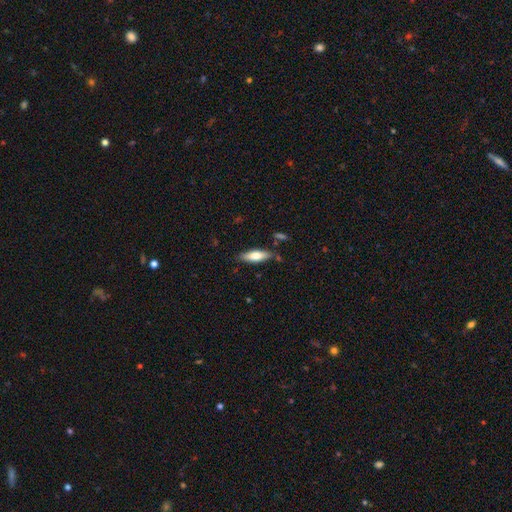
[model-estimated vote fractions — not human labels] This is likely a smooth galaxy (70%). How rounded: possibly in between (50%). Merging: likely none (79%).